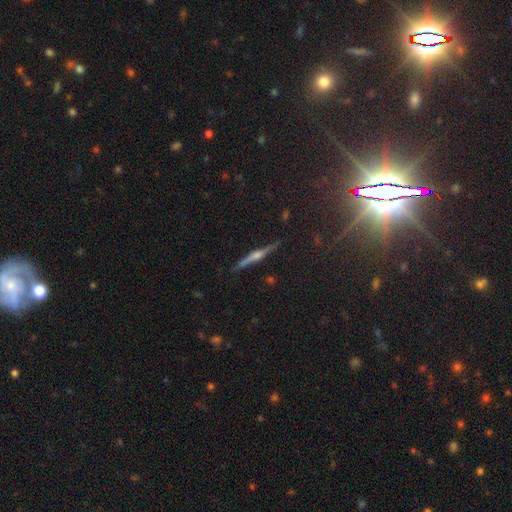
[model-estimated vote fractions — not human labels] A featured or disk galaxy (77%) viewed edge-on (98%) with a rounded central bulge (88%).

Vote fractions:
- Smooth or featured? featured or disk: 77% / smooth: 12% / star or artifact: 11%
- Edge-on disk? yes: 98% / no: 2%
- Edge-on bulge? rounded: 88% / boxy: 6% / none: 6%
- Merging? none: 90% / minor disturbance: 7% / major disturbance: 2% / merger: 1%